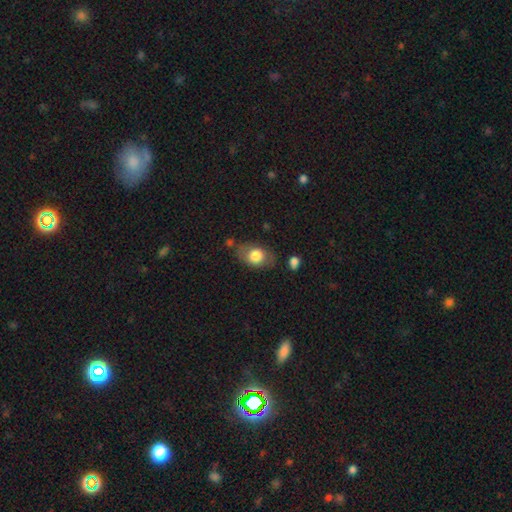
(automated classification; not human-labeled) smooth 75%, featured or disk 18%, star or artifact 7%. Down the decision tree: how rounded — in between (77%); merging — none (70%).